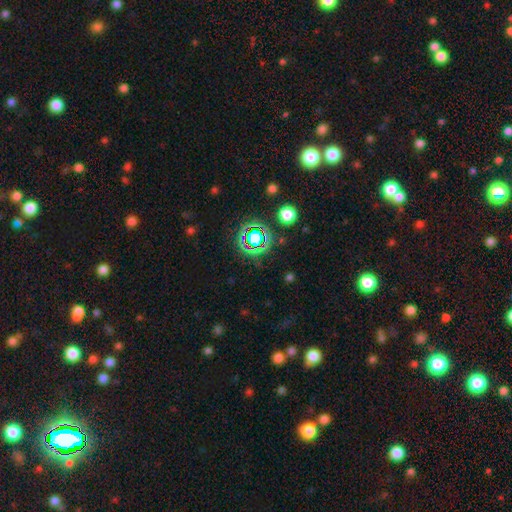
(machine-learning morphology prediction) The model was most divided on "smooth or featured": star or artifact: 70%, smooth: 20%, featured or disk: 10%.